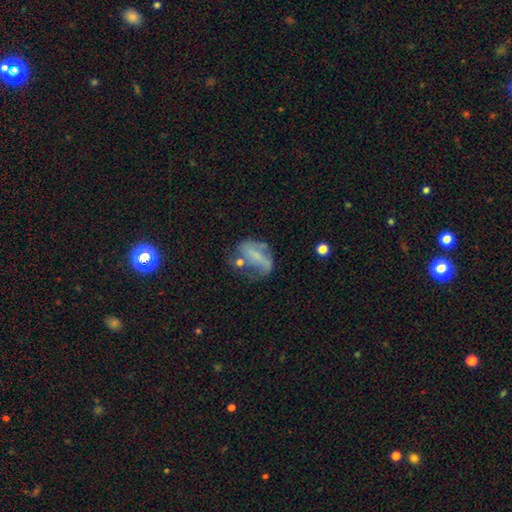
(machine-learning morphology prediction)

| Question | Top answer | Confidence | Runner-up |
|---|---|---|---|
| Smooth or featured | featured or disk | 59% | smooth (30%) |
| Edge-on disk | no | 95% | yes (5%) |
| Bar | no | 39% | weak (35%) |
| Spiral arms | yes | 63% | no (37%) |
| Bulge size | small | 44% | none (38%) |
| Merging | none | 34% | major disturbance (31%) |